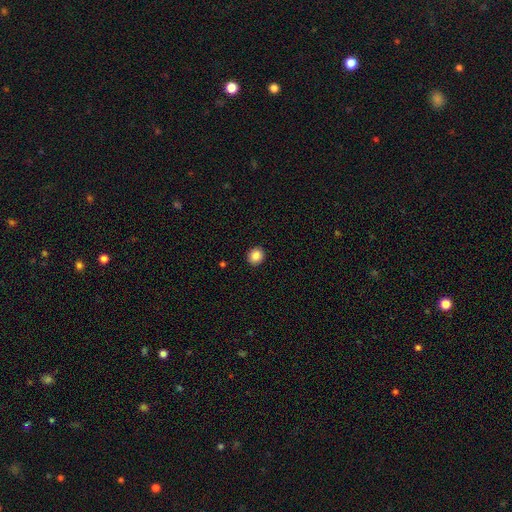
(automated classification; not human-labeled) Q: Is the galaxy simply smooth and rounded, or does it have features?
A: smooth — 87%.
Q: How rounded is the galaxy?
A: round — 78%.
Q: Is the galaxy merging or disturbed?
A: none — 92%.